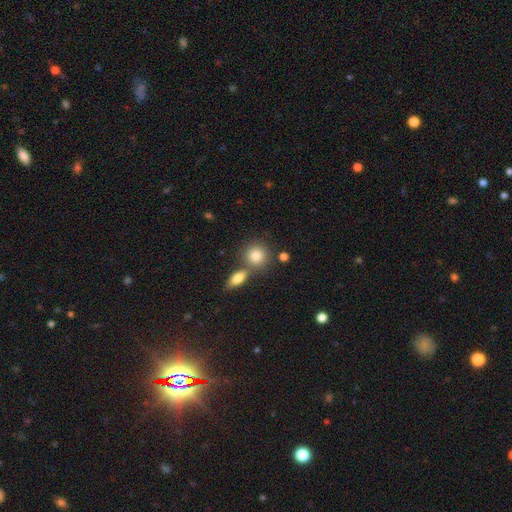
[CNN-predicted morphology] Smooth or featured? smooth (83%)
How rounded? round (81%)
Merging? none (58%)